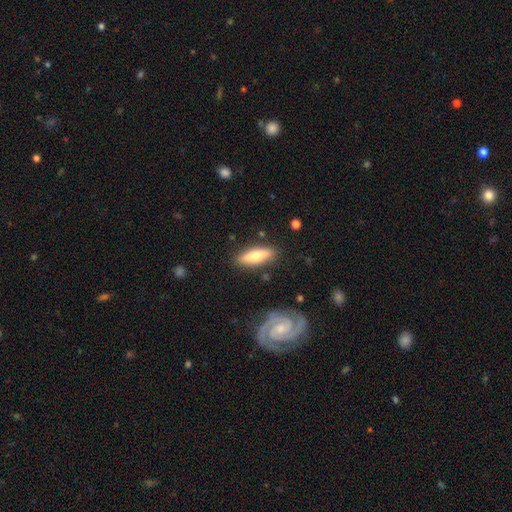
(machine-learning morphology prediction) The model was most divided on "how rounded": cigar-shaped: 54%, in between: 44%, round: 2%. More confident: merging — none (85%); smooth or featured — smooth (70%).